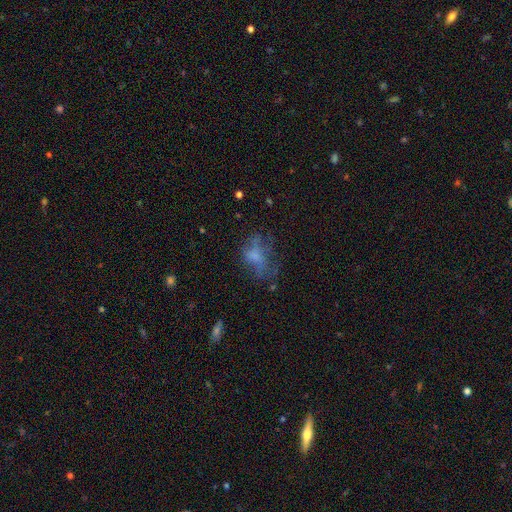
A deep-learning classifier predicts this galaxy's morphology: smooth 47%, featured or disk 36%, star or artifact 17%. Down the decision tree: merging — none (40%).